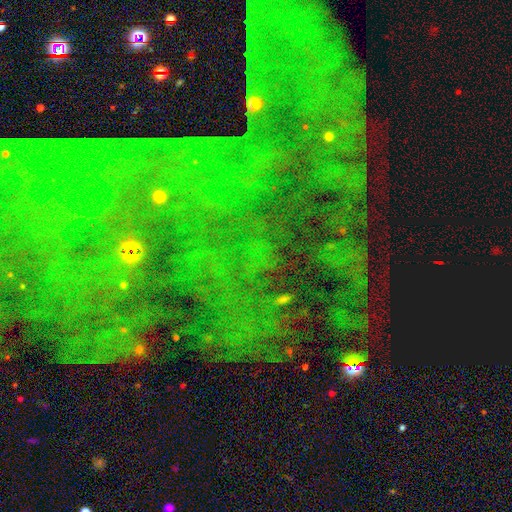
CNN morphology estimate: type=star or artifact (81%).